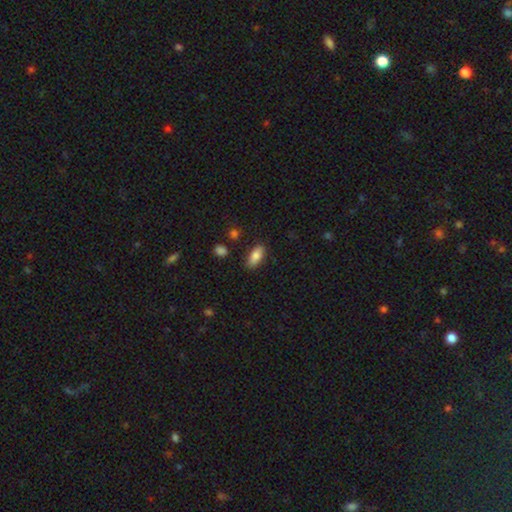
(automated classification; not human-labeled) A smooth galaxy with no disk features (80%) that is in between round and cigar-shaped (81%). Merging: none (85%).